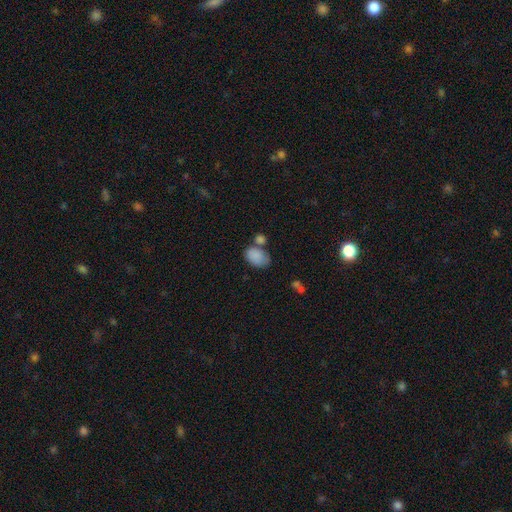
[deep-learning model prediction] A smooth galaxy with no disk features (85%) that is in between round and cigar-shaped (85%).

Vote fractions:
- Smooth or featured? smooth: 85% / star or artifact: 8% / featured or disk: 7%
- How rounded? in between: 85% / round: 14% / cigar-shaped: 1%
- Merging? none: 48% / merger: 26% / minor disturbance: 19% / major disturbance: 7%